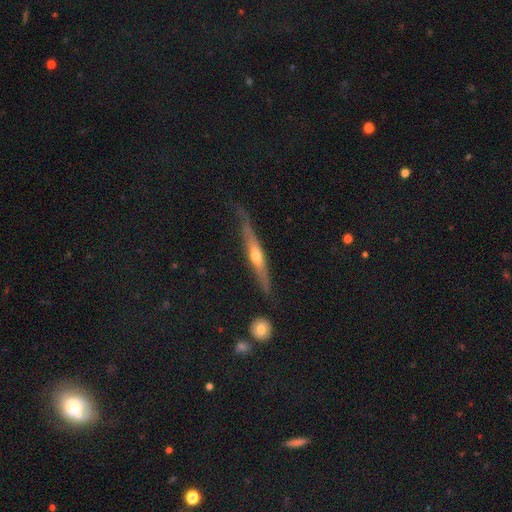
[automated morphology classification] Smooth or featured? featured or disk (68%)
Edge-on disk? yes (93%)
Edge-on bulge? rounded (80%)
Merging? none (71%)